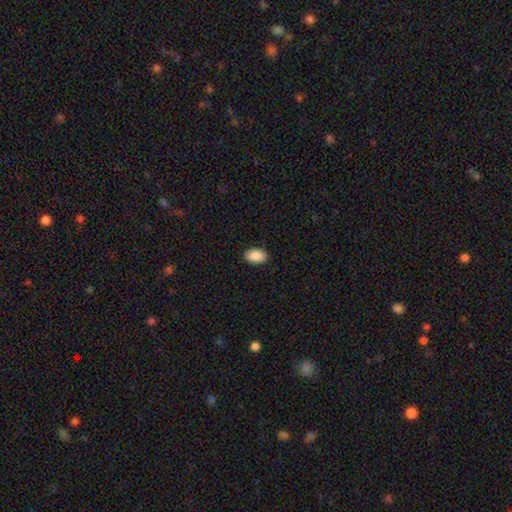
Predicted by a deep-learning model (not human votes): This is clearly a smooth galaxy (90%). How rounded: clearly in between (93%). Merging: clearly none (90%).